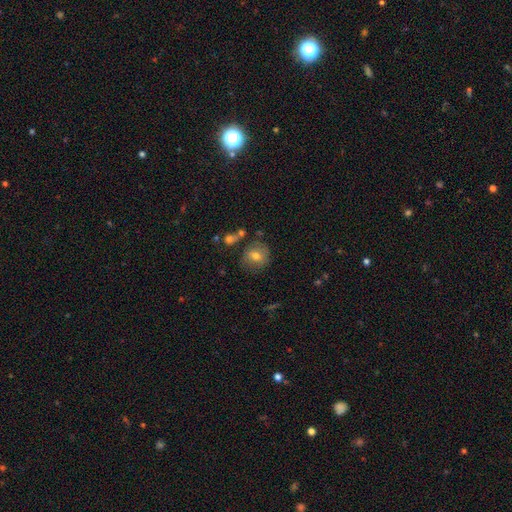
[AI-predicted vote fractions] Smooth or featured: smooth — 71% (featured or disk — 18%)
How rounded: round — 82% (in between — 17%)
Merging: none — 72% (minor disturbance — 16%)